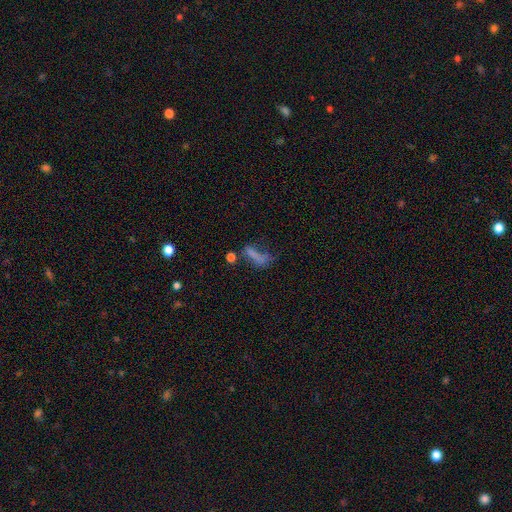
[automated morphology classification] Q: Smooth or featured?
A: smooth (56%); runner-up: featured or disk (25%)
Q: How rounded?
A: in between (47%); runner-up: cigar-shaped (46%)
Q: Merging?
A: major disturbance (35%); runner-up: none (30%)